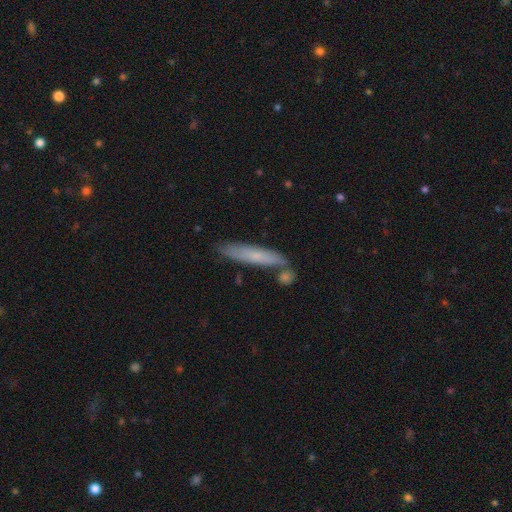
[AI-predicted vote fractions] Q: Smooth or featured?
A: smooth (63%); runner-up: featured or disk (31%)
Q: How rounded?
A: cigar-shaped (89%); runner-up: in between (9%)
Q: Merging?
A: none (71%); runner-up: minor disturbance (14%)